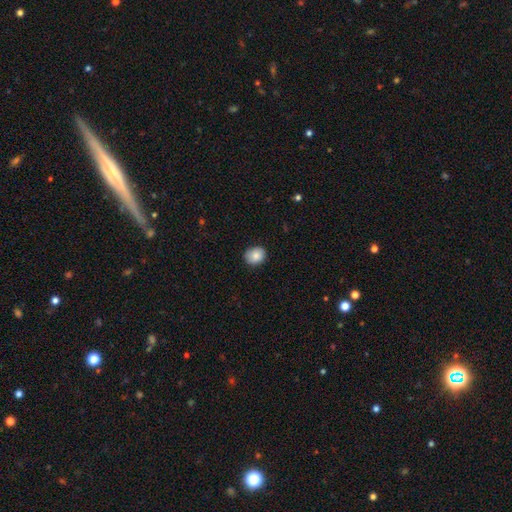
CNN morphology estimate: This is clearly a smooth galaxy (85%). How rounded: likely round (64%). Merging: clearly none (86%).